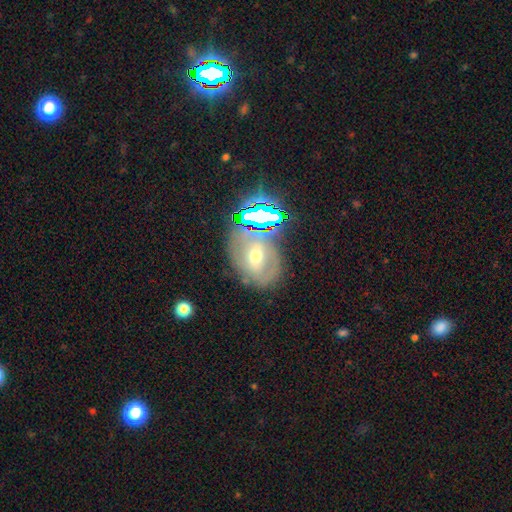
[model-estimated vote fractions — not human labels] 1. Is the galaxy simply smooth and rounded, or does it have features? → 51% featured or disk, 27% smooth, 22% star or artifact.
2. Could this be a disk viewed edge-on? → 93% no, 7% yes.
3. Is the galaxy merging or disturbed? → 67% none, 17% minor disturbance, 9% major disturbance, 7% merger.